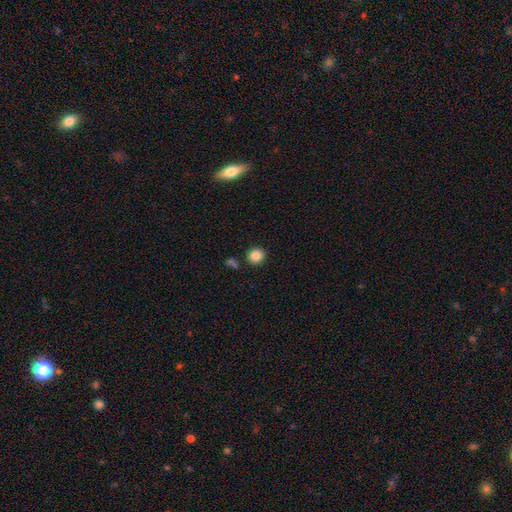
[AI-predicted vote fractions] Smooth or featured: smooth — 86% (star or artifact — 10%)
How rounded: round — 90% (in between — 9%)
Merging: none — 88% (minor disturbance — 7%)